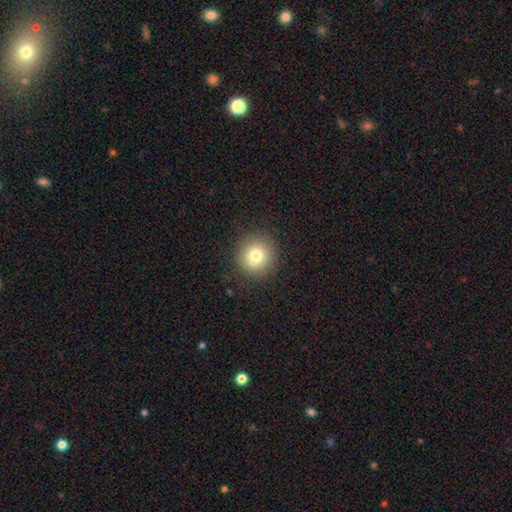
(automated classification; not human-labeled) A smooth galaxy with no disk features (74%) that is round (92%). Merging: none (78%).